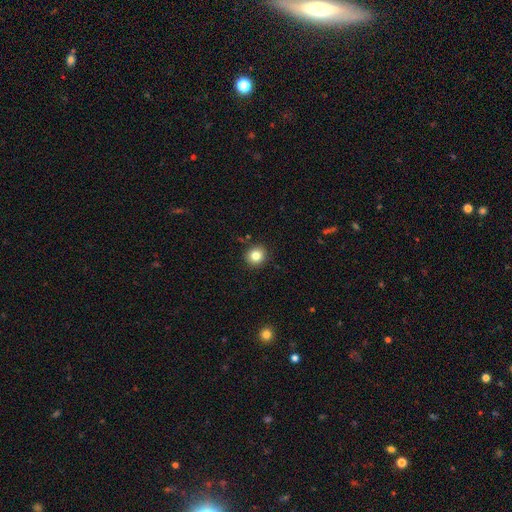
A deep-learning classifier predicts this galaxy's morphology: The model was most divided on "smooth or featured": smooth: 82%, star or artifact: 11%, featured or disk: 7%. More confident: merging — none (90%); how rounded — round (88%).